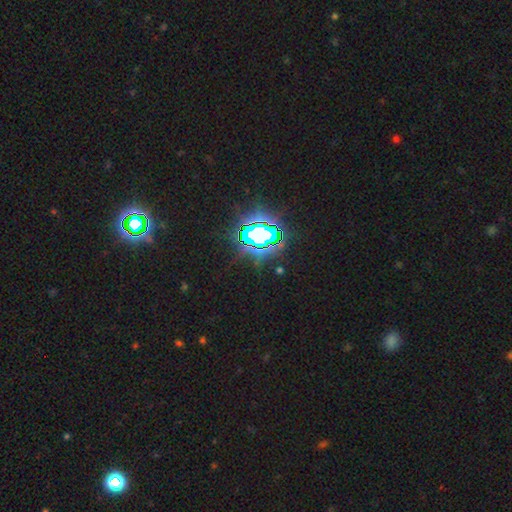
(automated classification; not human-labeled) Smooth or featured?
  - star or artifact: 82% *
  - smooth: 11%
  - featured or disk: 7%